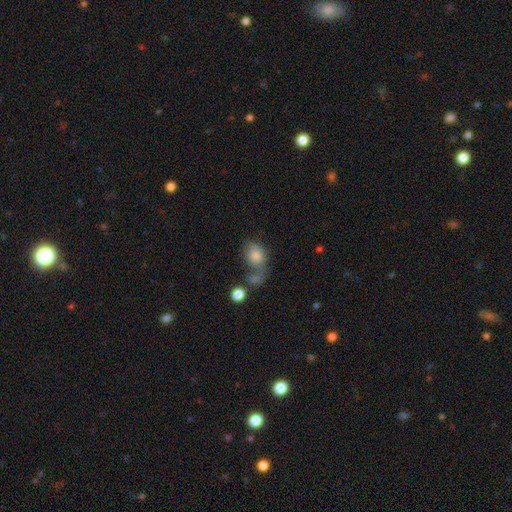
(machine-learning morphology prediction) smooth_or_featured: smooth (p=0.73) [alt: featured or disk p=0.15]
how_rounded: in between (p=0.58) [alt: round p=0.40]
merging: none (p=0.33) [alt: merger p=0.29]